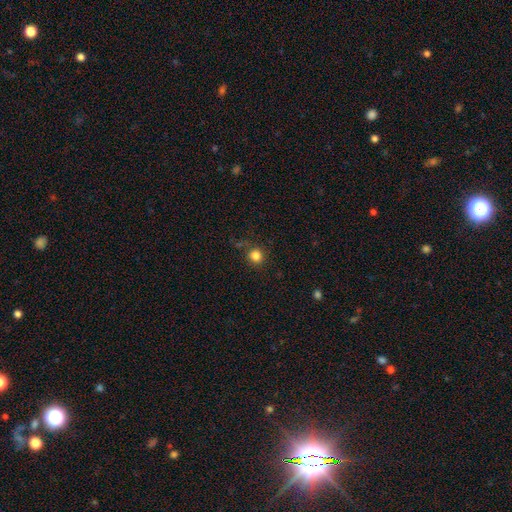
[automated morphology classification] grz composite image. It shows a smooth galaxy with no disk features (83%) that is round (90%). Merging: none (82%).